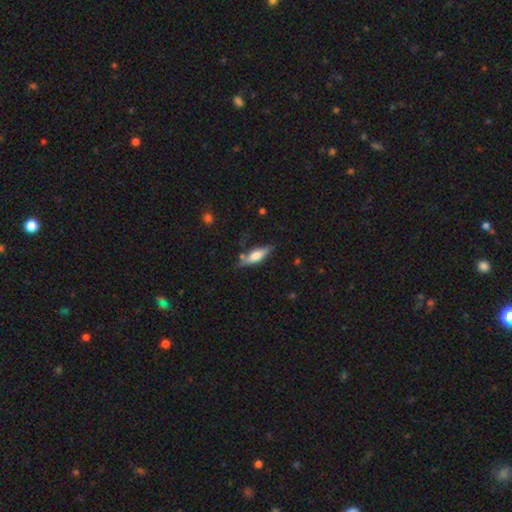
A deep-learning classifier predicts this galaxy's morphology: type=smooth (53%); roundness=cigar-shaped (55%); merging=none (69%).